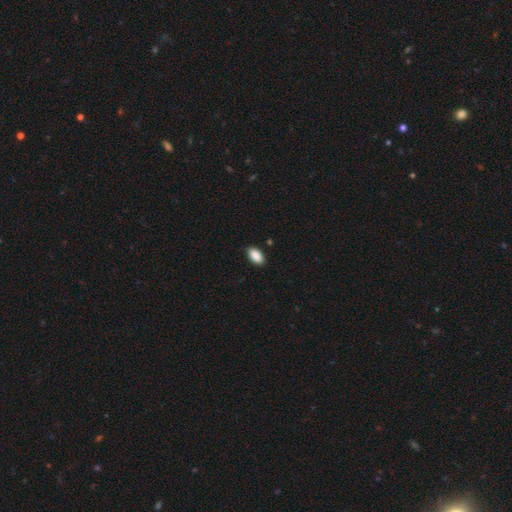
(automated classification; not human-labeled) A smooth galaxy with no disk features (90%) that is in between round and cigar-shaped (94%).

Vote fractions:
- Smooth or featured? smooth: 90% / star or artifact: 7% / featured or disk: 3%
- How rounded? in between: 94% / round: 4% / cigar-shaped: 2%
- Merging? none: 87% / minor disturbance: 10% / major disturbance: 2% / merger: 1%